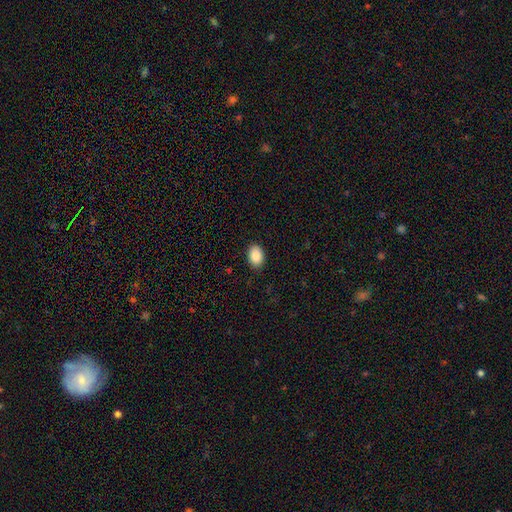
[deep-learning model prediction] smooth_or_featured: smooth (p=0.89) [alt: star or artifact p=0.07]
how_rounded: in between (p=0.86) [alt: round p=0.13]
merging: none (p=0.89) [alt: minor disturbance p=0.08]